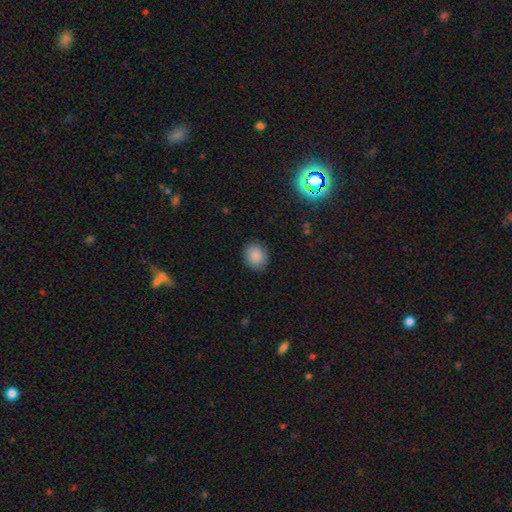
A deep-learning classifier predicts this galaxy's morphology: This appears to be a smooth galaxy with no disk features (87%) that is round (61%). Merging: none (88%).